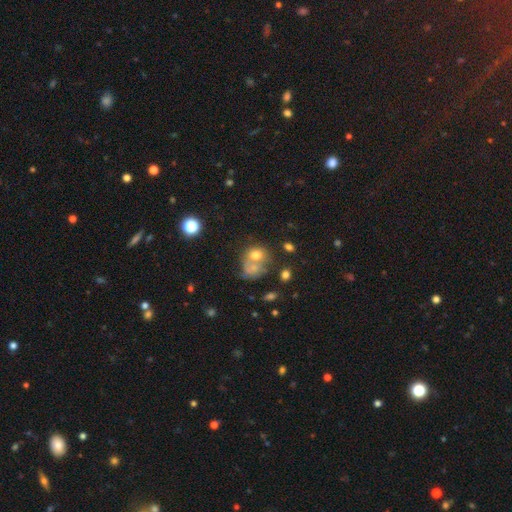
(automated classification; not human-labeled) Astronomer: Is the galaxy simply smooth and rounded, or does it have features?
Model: smooth — 69%.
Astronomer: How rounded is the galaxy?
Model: round — 60% (runner-up: in between, 39%).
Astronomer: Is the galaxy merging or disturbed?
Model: merger — 48% (runner-up: none, 30%).